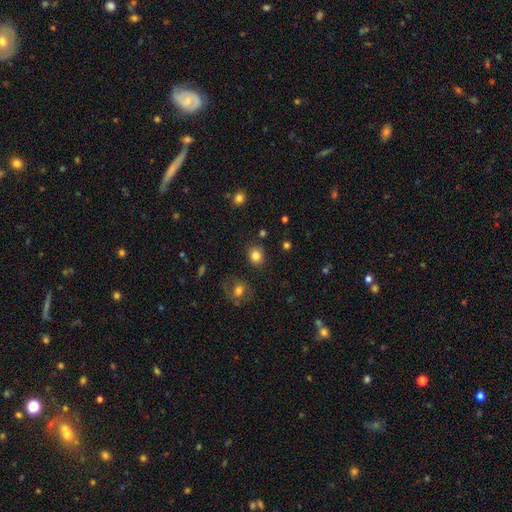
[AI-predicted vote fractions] Morphology: type=smooth (83%); roundness=round (73%); merging=none (85%).